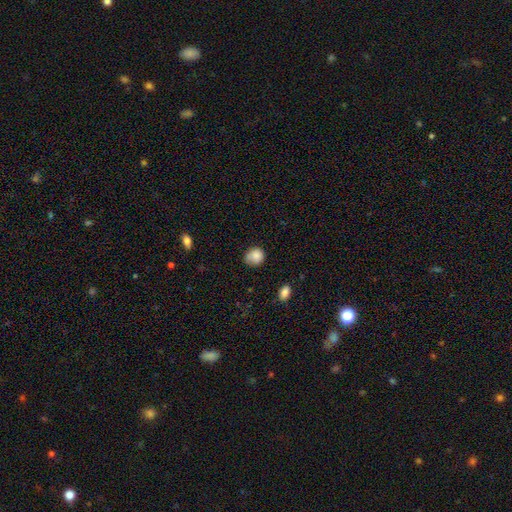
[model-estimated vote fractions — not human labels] Smooth or featured: smooth — 84% (star or artifact — 9%)
How rounded: round — 76% (in between — 23%)
Merging: none — 64% (minor disturbance — 28%)